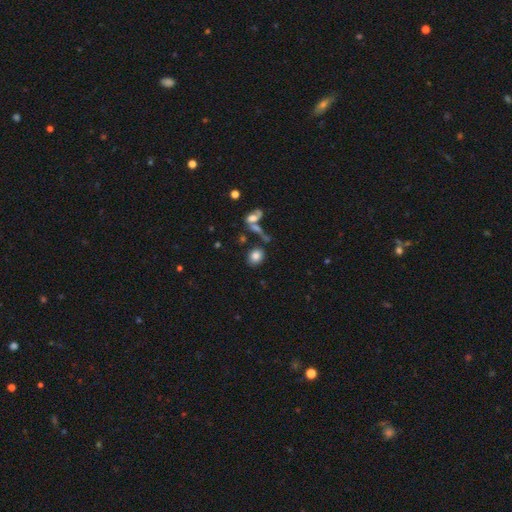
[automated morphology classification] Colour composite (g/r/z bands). It shows a smooth galaxy with no disk features (81%) that is round (51%). Merging: none (68%).